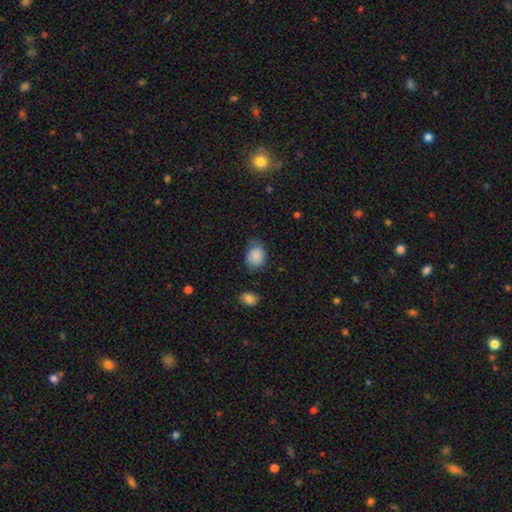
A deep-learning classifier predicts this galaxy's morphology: This appears to be a smooth galaxy with no disk features (86%) that is in between round and cigar-shaped (56%). Merging: none (61%).